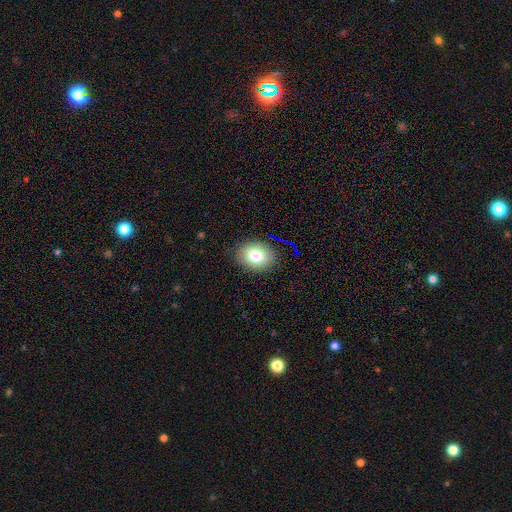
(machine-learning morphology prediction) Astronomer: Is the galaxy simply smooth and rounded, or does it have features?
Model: smooth — 81%.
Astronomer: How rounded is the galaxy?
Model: in between — 58% (runner-up: round, 42%).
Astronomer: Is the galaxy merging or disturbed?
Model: none — 87%.